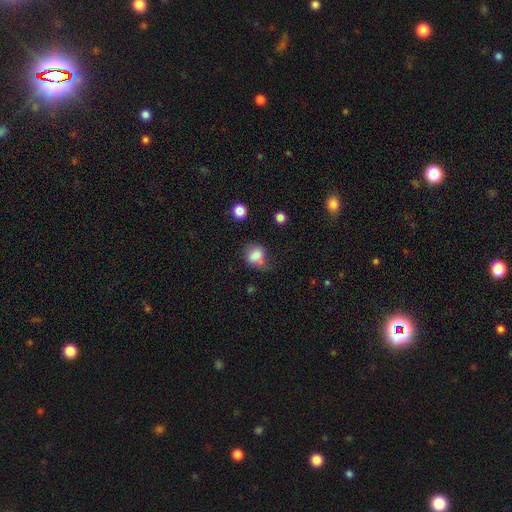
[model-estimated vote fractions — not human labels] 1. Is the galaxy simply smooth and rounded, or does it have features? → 78% smooth, 11% featured or disk, 10% star or artifact.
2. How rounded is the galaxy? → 59% round, 40% in between, 1% cigar-shaped.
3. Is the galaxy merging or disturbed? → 44% none, 30% minor disturbance, 15% major disturbance, 11% merger.